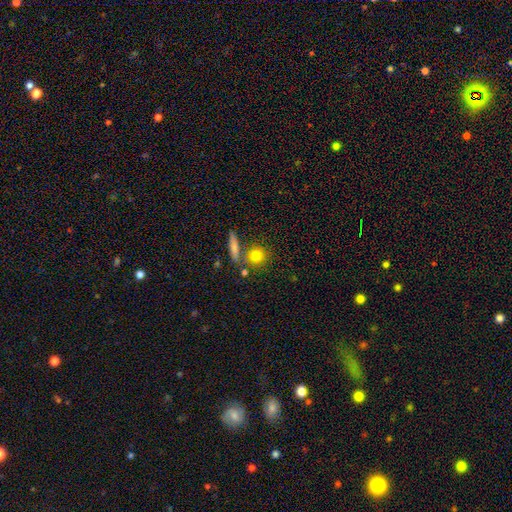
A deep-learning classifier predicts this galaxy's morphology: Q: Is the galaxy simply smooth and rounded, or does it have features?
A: smooth — 78%.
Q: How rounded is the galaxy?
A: round — 82%.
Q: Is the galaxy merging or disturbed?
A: none — 71%.